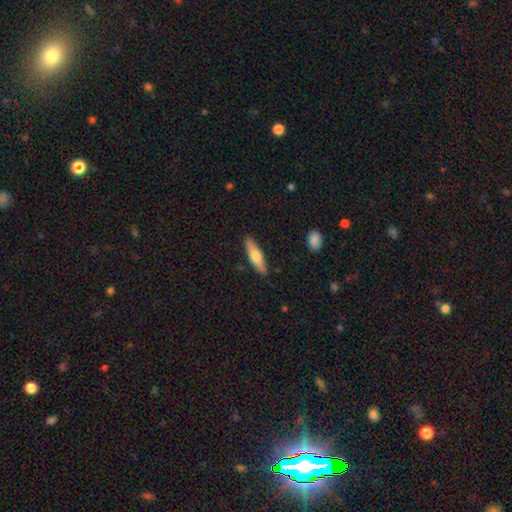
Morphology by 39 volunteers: A smooth galaxy with no disk features (64%) that is cigar-shaped (80%).

Vote fractions:
- Smooth or featured? smooth: 64% / featured or disk: 33% / star or artifact: 3%
- How rounded? cigar-shaped: 80% / in between: 20% / round: 0%
- Merging? none: 79% / minor disturbance: 16% / major disturbance: 5% / merger: 0%